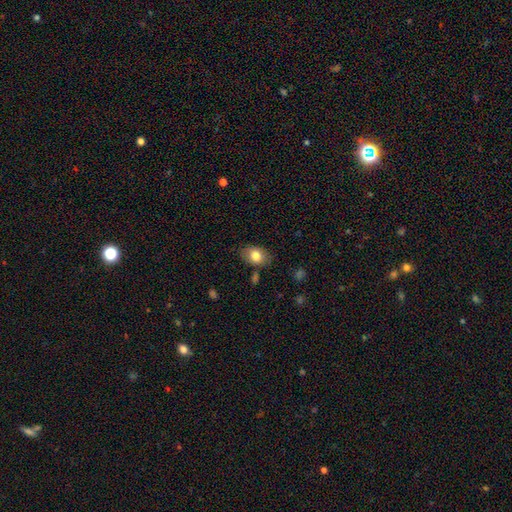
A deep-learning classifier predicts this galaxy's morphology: Smooth or featured? smooth (79%)
How rounded? in between (83%)
Merging? none (80%)